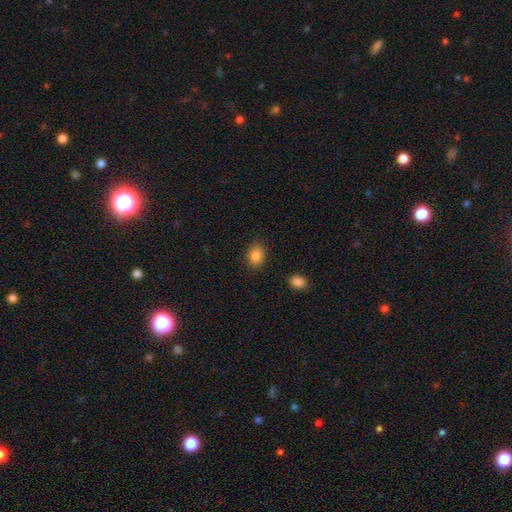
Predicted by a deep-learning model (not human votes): Overall: smooth (86%). How rounded: in between (61%; round 38%). Merging: none (85%).